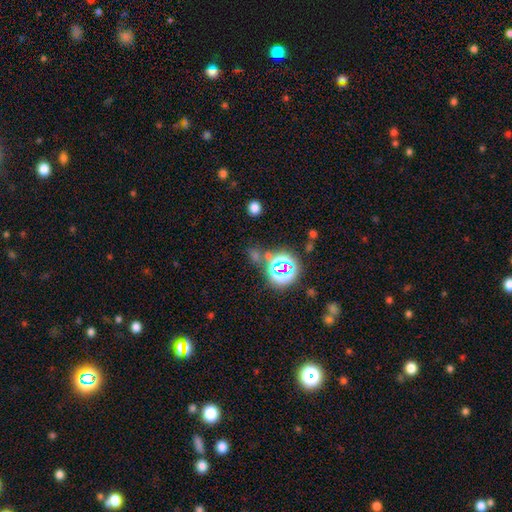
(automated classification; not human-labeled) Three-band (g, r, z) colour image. It shows a star or artifact, not a galaxy (56%).